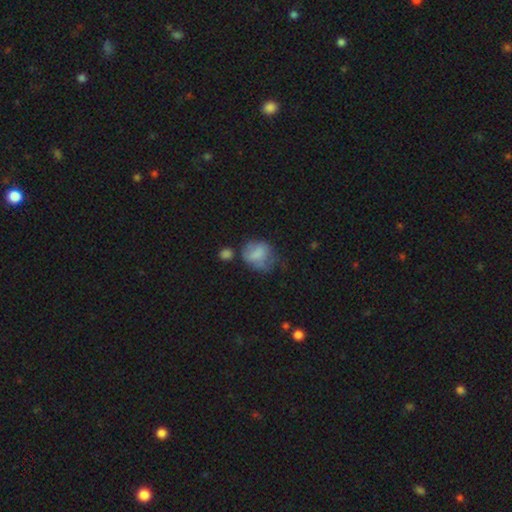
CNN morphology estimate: This appears to be a smooth galaxy with no disk features (70%) that is round (52%). Merging: none (39%).